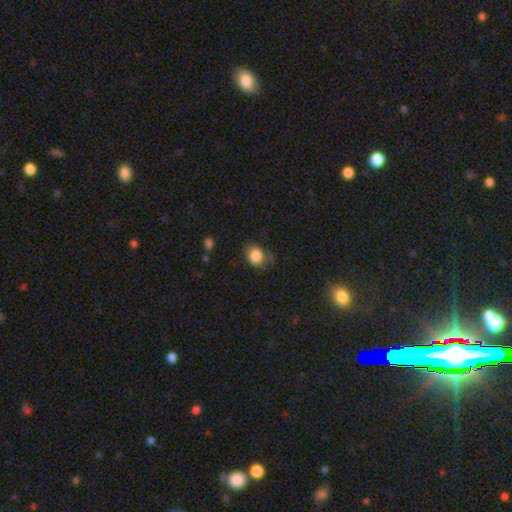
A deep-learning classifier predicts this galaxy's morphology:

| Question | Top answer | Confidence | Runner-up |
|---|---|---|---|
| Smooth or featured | smooth | 81% | featured or disk (10%) |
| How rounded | round | 52% | in between (47%) |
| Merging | none | 59% | minor disturbance (29%) |